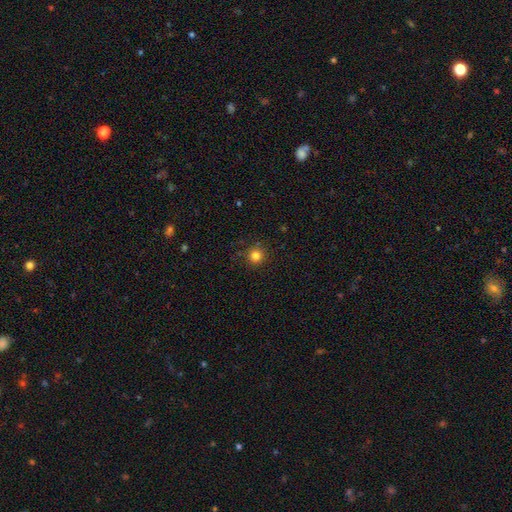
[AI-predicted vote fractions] The model was most divided on "smooth or featured": smooth: 81%, star or artifact: 14%, featured or disk: 5%. More confident: how rounded — round (95%); merging — none (90%).